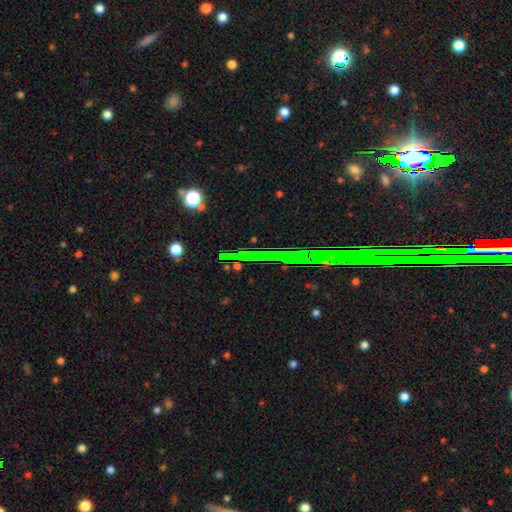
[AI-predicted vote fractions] This is likely a star or artifact rather than a galaxy (73%).